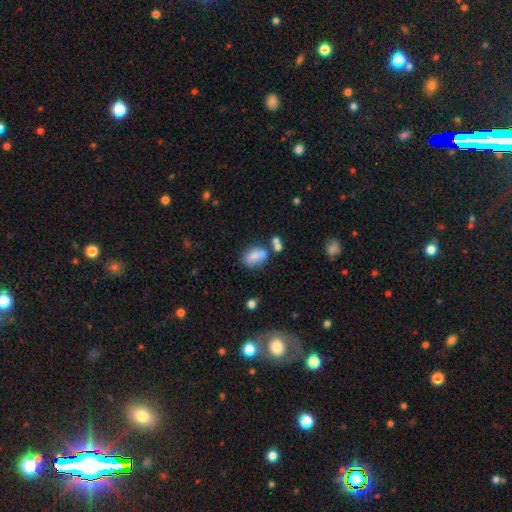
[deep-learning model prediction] Smooth or featured?
  - smooth: 79% *
  - featured or disk: 12%
  - star or artifact: 9%
How rounded?
  - in between: 86% *
  - round: 11%
  - cigar-shaped: 3%
Merging?
  - none: 56% *
  - minor disturbance: 22%
  - merger: 15%
  - major disturbance: 7%